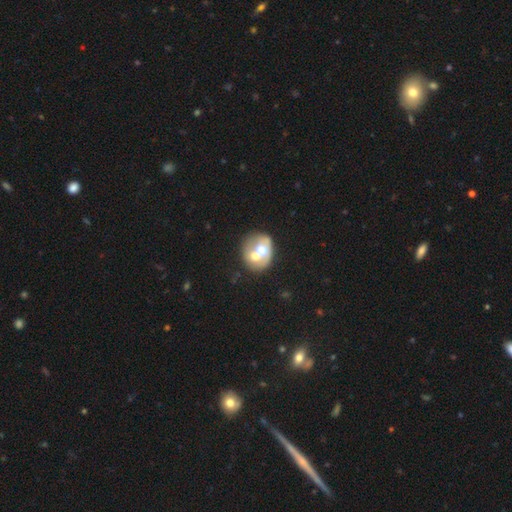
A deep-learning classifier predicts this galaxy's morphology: The model was most divided on "smooth or featured": smooth: 51%, featured or disk: 40%, star or artifact: 9%. More confident: how rounded — round (68%); merging — merger (50%).